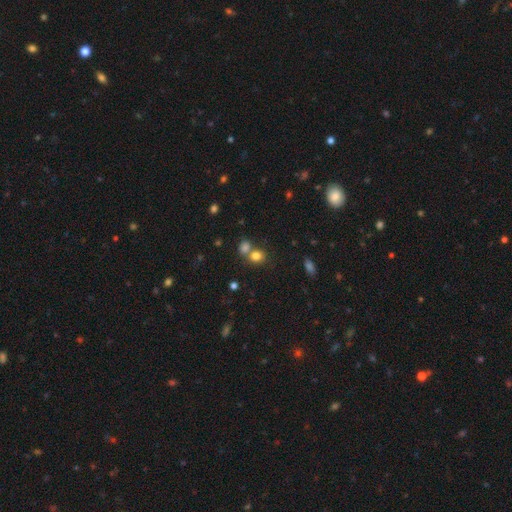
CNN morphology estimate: This is likely a smooth galaxy (79%). How rounded: likely round (68%). Merging: possibly none (50%).